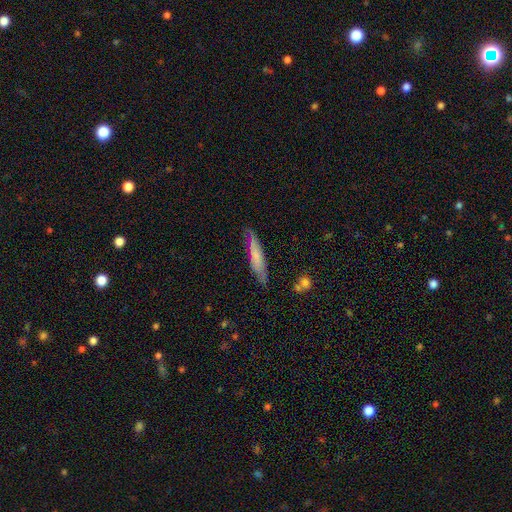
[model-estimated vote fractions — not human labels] Q: Smooth or featured?
A: smooth (61%); runner-up: featured or disk (32%)
Q: How rounded?
A: cigar-shaped (87%); runner-up: in between (11%)
Q: Merging?
A: none (76%); runner-up: minor disturbance (18%)